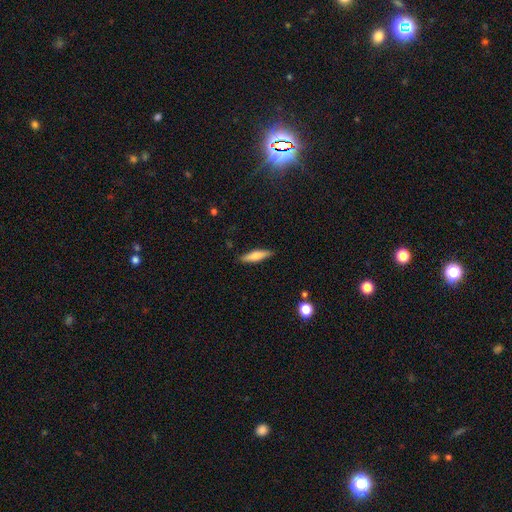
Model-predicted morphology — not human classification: smooth-or-featured: smooth: 64% | featured or disk: 30% | star or artifact: 6%
  how-rounded: cigar-shaped: 72% | in between: 26% | round: 2%
  merging: none: 88% | minor disturbance: 9% | major disturbance: 2% | merger: 1%